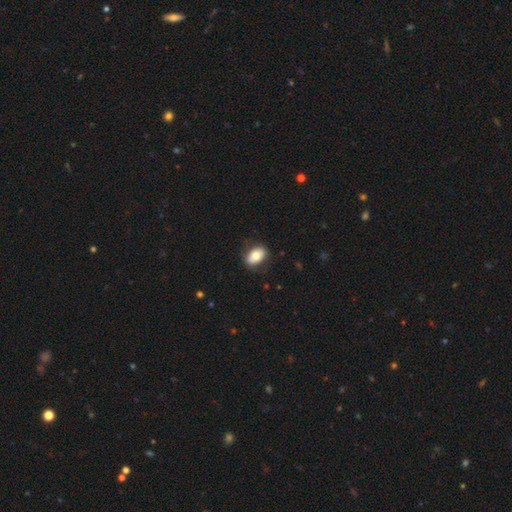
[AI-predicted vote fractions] Q: Smooth or featured?
A: smooth (74%); runner-up: featured or disk (19%)
Q: How rounded?
A: in between (84%); runner-up: round (14%)
Q: Merging?
A: none (81%); runner-up: minor disturbance (14%)